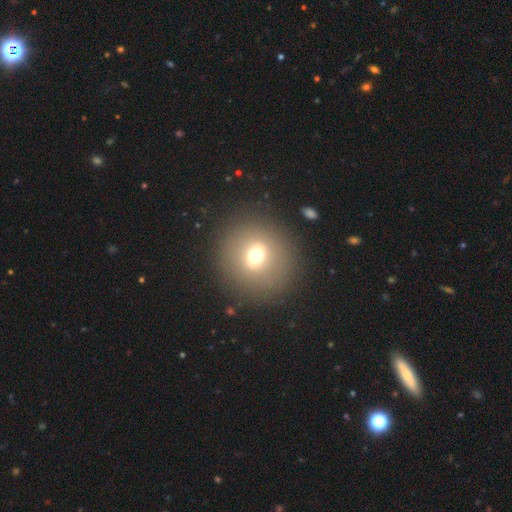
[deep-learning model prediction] Overall: smooth (63%). How rounded: round (91%). Merging: none (87%).